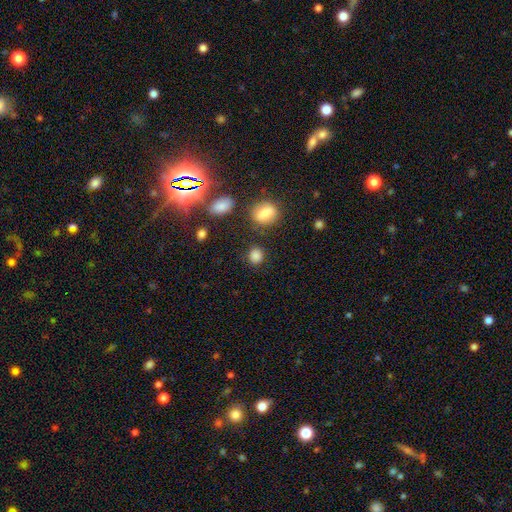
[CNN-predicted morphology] This is clearly a smooth galaxy (84%). How rounded: likely round (69%). Merging: clearly none (81%).